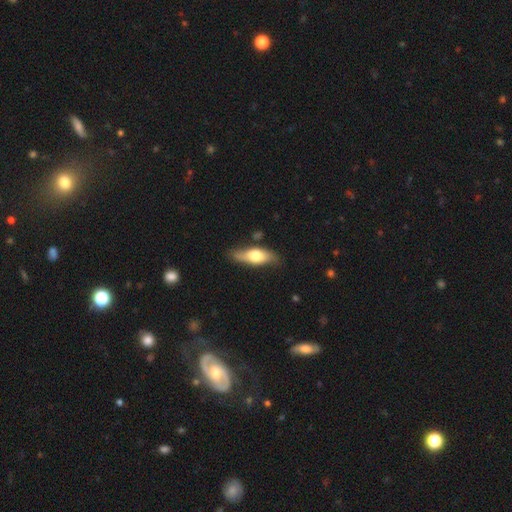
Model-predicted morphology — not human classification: Smooth or featured: smooth — 53% (featured or disk — 41%)
How rounded: in between — 60% (cigar-shaped — 37%)
Merging: none — 73% (minor disturbance — 20%)